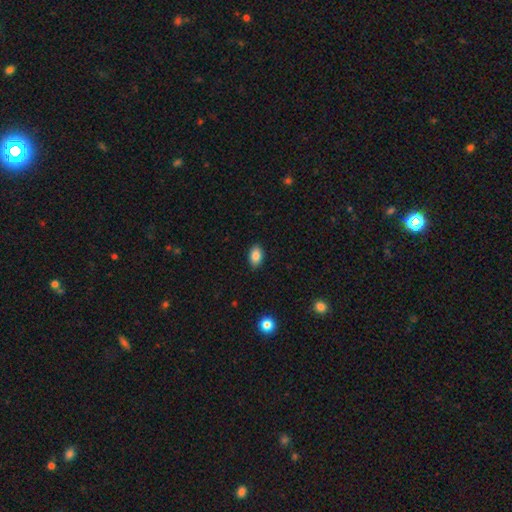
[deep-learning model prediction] Smooth or featured: smooth — 86% (star or artifact — 8%)
How rounded: in between — 90% (round — 9%)
Merging: none — 89% (minor disturbance — 8%)